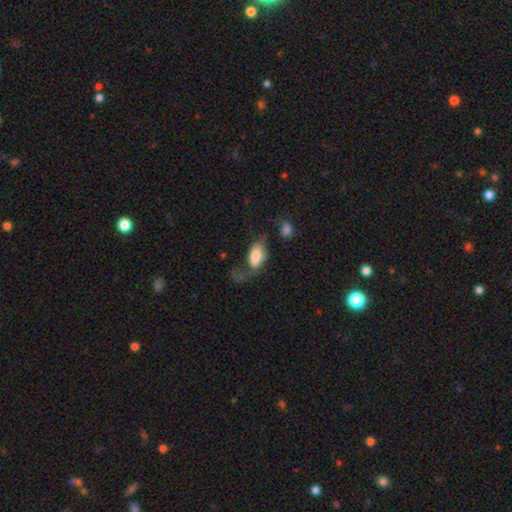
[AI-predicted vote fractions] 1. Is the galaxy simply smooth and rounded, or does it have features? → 73% smooth, 20% featured or disk, 7% star or artifact.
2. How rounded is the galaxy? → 91% in between, 5% round, 4% cigar-shaped.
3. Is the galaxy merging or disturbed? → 45% major disturbance, 25% none, 22% minor disturbance, 8% merger.